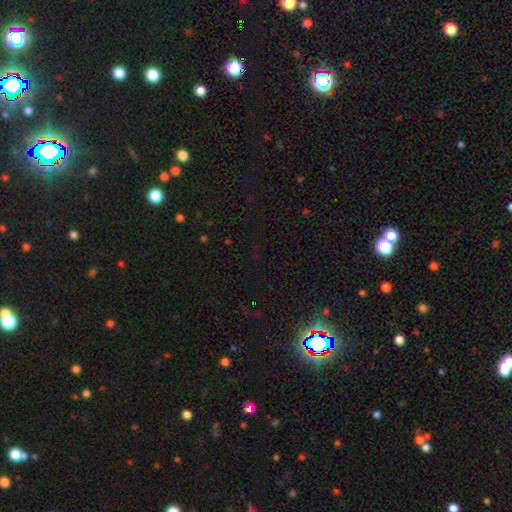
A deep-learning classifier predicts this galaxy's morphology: Smooth or featured: star or artifact — 69% (smooth — 23%)